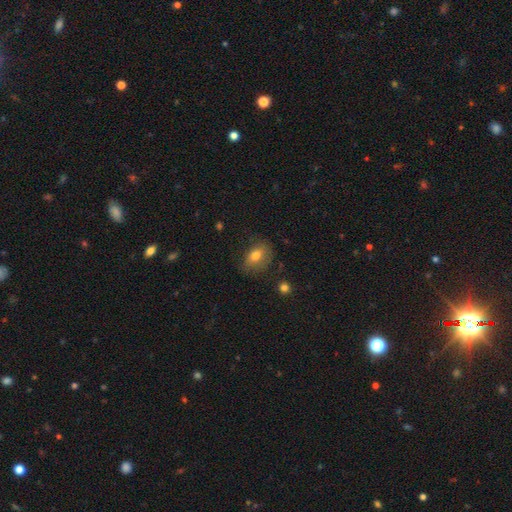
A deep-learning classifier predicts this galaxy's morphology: smooth_or_featured: smooth (p=0.74) [alt: featured or disk p=0.16]
how_rounded: in between (p=0.72) [alt: round p=0.26]
merging: none (p=0.62) [alt: minor disturbance p=0.26]